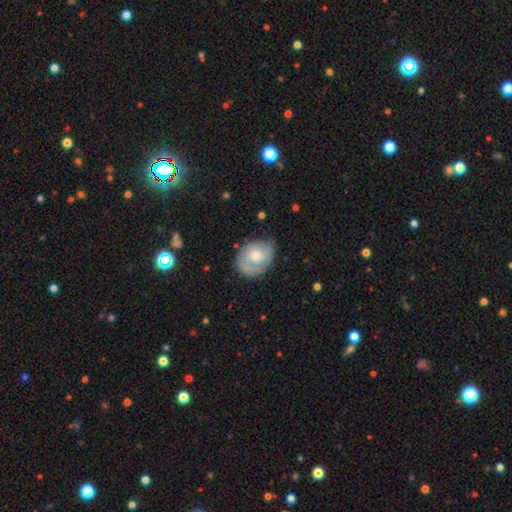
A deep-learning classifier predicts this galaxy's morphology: Smooth or featured: featured or disk — 52% (smooth — 42%)
Edge-on disk: no — 97% (yes — 3%)
Bar: no — 71% (weak — 26%)
Spiral arms: yes — 74% (no — 26%)
Bulge size: moderate — 52% (small — 31%)
Merging: none — 65% (minor disturbance — 25%)